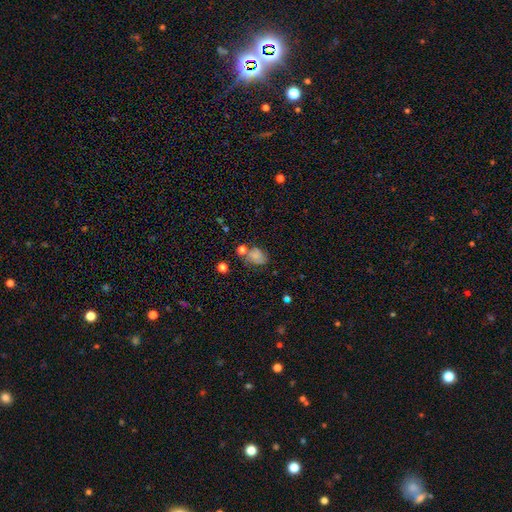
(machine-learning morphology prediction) Smooth or featured? Predicted: smooth (p=0.66). How rounded? Predicted: in between (p=0.65). Merging? Predicted: none (p=0.51).